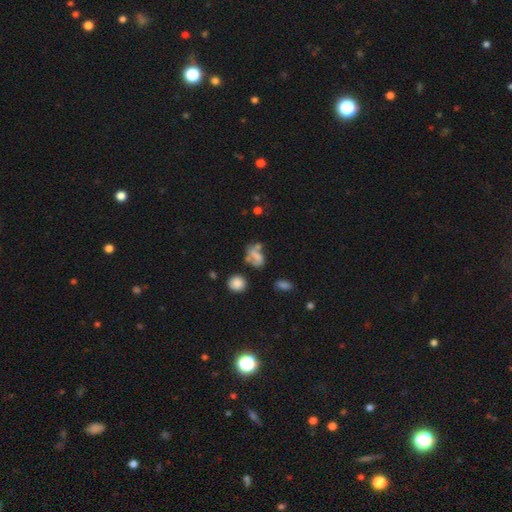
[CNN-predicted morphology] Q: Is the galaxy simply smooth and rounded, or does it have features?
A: smooth — 50%.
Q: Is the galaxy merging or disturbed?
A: none — 37%.